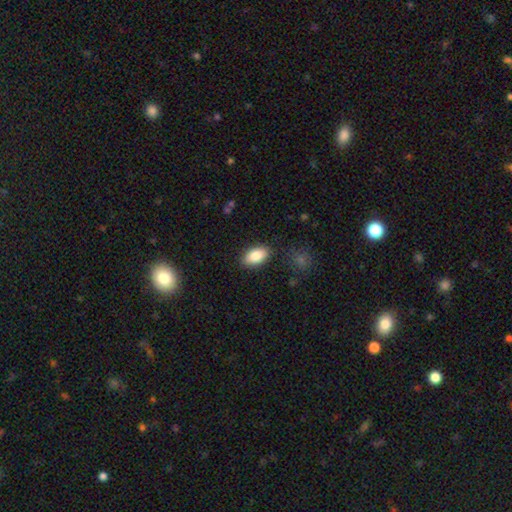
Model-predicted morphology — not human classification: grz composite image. It shows a smooth galaxy with no disk features (87%) that is in between round and cigar-shaped (93%). Merging: none (85%).